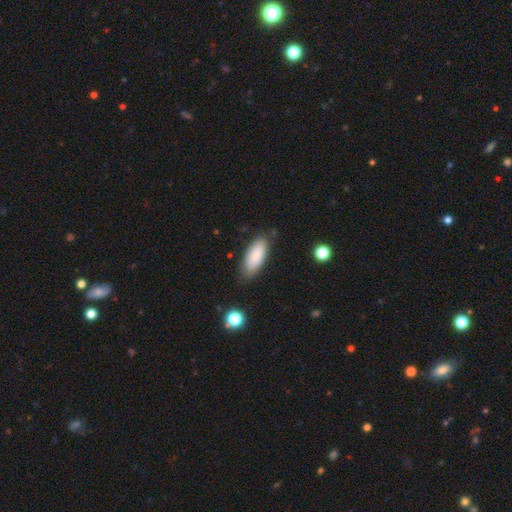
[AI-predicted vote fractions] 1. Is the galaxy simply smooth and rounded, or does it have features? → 79% smooth, 14% featured or disk, 7% star or artifact.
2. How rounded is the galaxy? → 83% in between, 15% cigar-shaped, 2% round.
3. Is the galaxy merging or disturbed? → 79% none, 16% minor disturbance, 3% major disturbance, 2% merger.